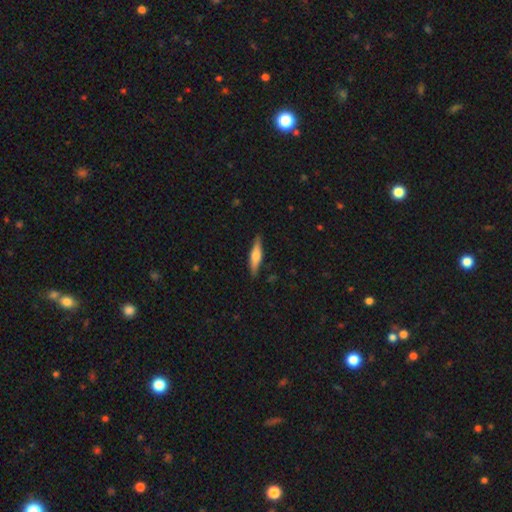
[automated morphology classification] Smooth or featured: smooth — 50% (featured or disk — 44%)
How rounded: cigar-shaped — 76% (in between — 22%)
Merging: none — 87% (minor disturbance — 10%)